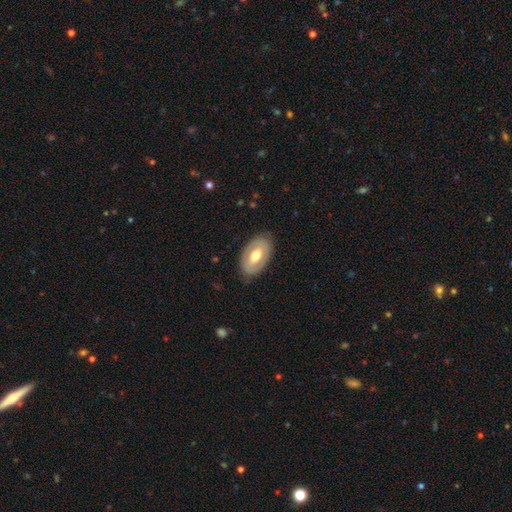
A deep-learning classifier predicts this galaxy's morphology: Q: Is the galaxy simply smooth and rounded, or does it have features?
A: featured or disk — 49%.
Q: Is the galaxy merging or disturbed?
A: none — 82%.